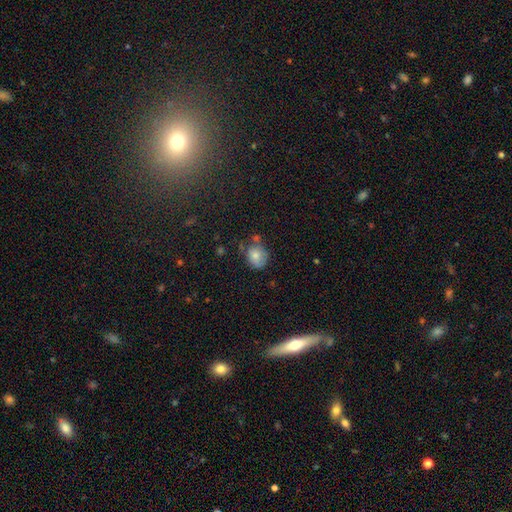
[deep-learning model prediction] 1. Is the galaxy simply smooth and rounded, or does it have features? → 74% smooth, 16% featured or disk, 10% star or artifact.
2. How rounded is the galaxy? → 56% round, 43% in between, 1% cigar-shaped.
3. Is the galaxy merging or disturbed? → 49% none, 29% minor disturbance, 11% merger, 10% major disturbance.